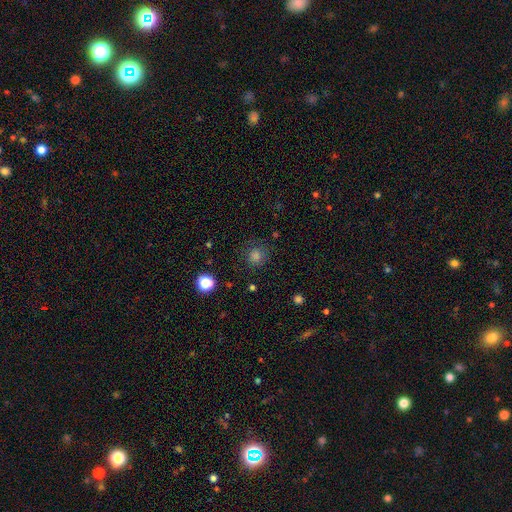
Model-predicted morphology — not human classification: A smooth galaxy with no disk features (73%) that is round (90%).

Vote fractions:
- Smooth or featured? smooth: 73% / star or artifact: 21% / featured or disk: 6%
- How rounded? round: 90% / in between: 9% / cigar-shaped: 1%
- Merging? none: 82% / minor disturbance: 12% / major disturbance: 5% / merger: 1%